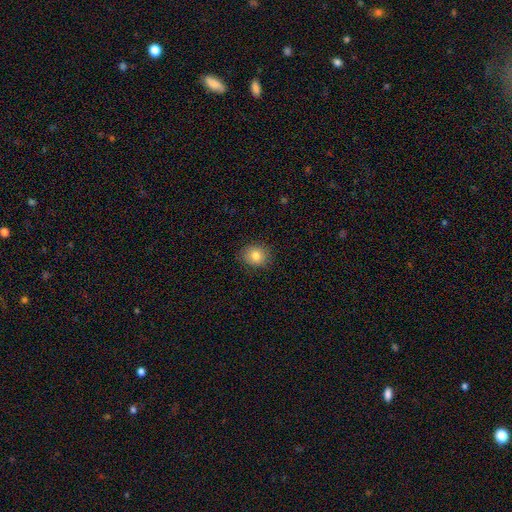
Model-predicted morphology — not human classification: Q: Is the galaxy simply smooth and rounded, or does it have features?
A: smooth — 82%.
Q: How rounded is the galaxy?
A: round — 74%.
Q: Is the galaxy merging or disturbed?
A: none — 87%.